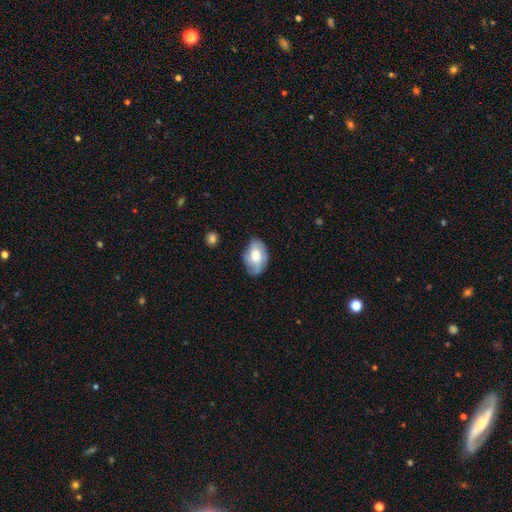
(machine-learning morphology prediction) This appears to be a smooth galaxy with no disk features (64%) that is in between round and cigar-shaped (87%). Merging: none (68%).